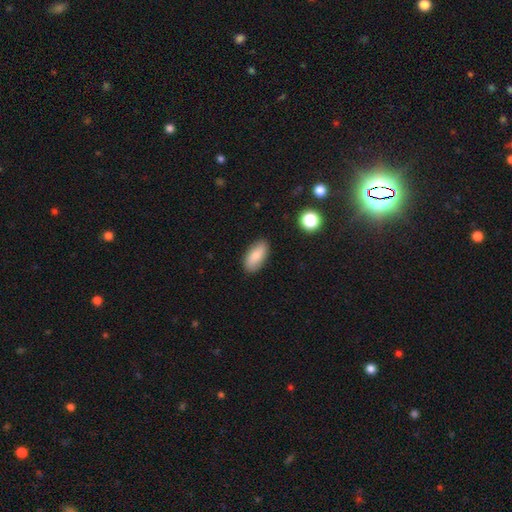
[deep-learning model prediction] smooth 81%, featured or disk 12%, star or artifact 7%. Down the decision tree: how rounded — in between (90%); merging — none (87%).